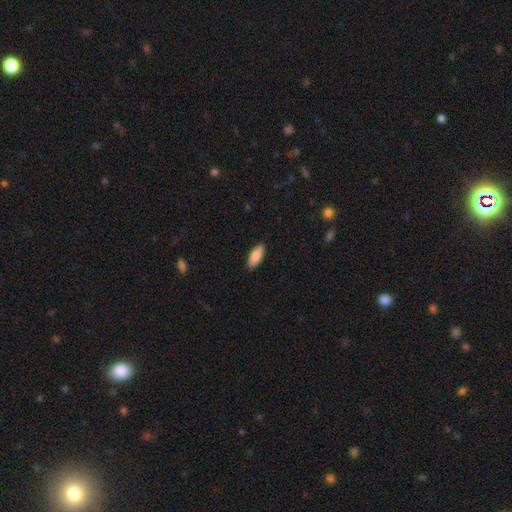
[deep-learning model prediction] Smooth or featured?
  - smooth: 88% *
  - featured or disk: 6%
  - star or artifact: 6%
How rounded?
  - in between: 78% *
  - cigar-shaped: 20%
  - round: 2%
Merging?
  - none: 89% *
  - minor disturbance: 8%
  - major disturbance: 2%
  - merger: 1%